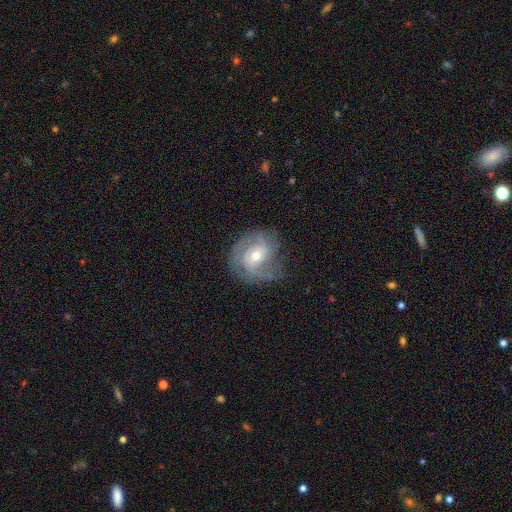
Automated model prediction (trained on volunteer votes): The model was most divided on "spiral arm count": 2: 40%, can't tell: 26%, 3: 20%, 1: 6%, 4: 5%, more than 4: 4%. More confident: edge-on disk — no (97%); spiral arms — yes (92%); smooth or featured — featured or disk (79%); merging — none (68%); bar — no (57%); bulge size — moderate (56%); spiral winding — tight (53%).